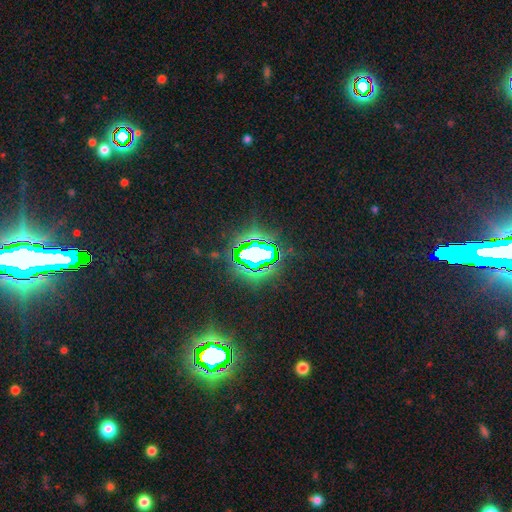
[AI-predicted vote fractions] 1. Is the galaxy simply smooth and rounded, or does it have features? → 75% star or artifact, 14% smooth, 11% featured or disk.